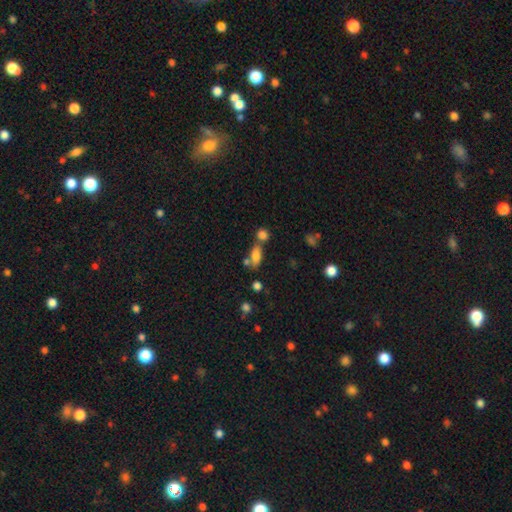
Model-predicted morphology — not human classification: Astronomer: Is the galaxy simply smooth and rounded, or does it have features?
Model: smooth — 76%.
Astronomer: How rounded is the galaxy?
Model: in between — 80%.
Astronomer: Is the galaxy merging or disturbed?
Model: none — 47% (runner-up: merger, 34%).